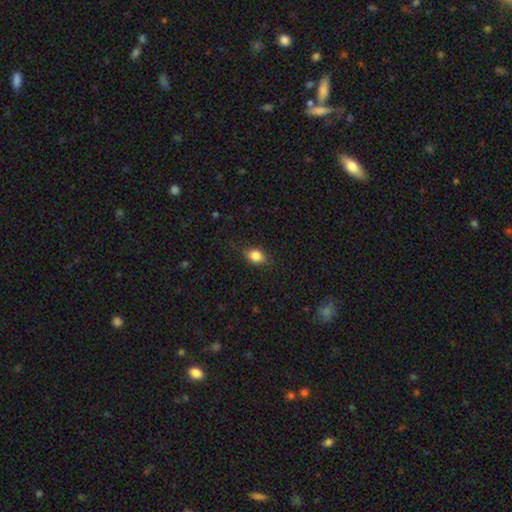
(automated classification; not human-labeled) Overall: smooth (84%). How rounded: in between (59%; round 39%). Merging: none (80%).